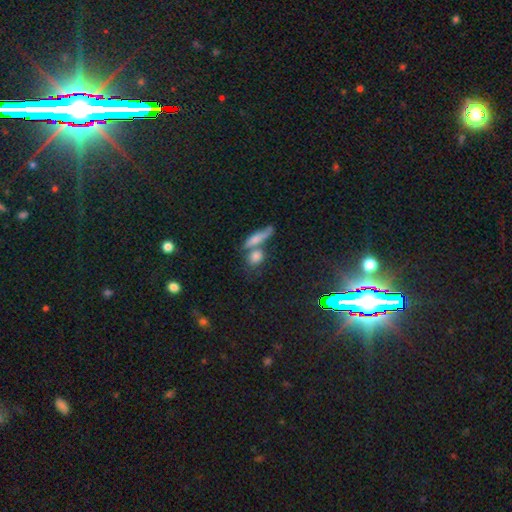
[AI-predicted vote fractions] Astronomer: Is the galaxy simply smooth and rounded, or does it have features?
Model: star or artifact — 64%.